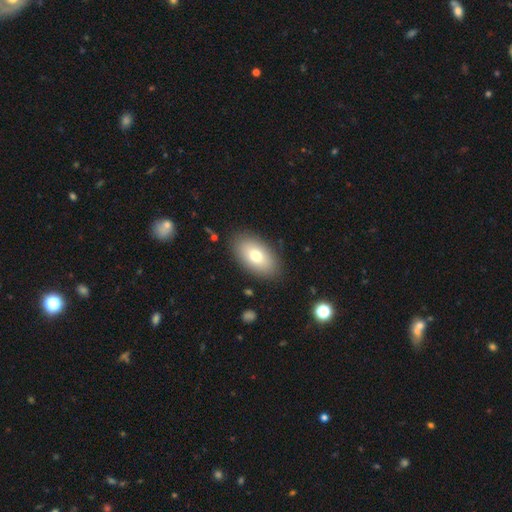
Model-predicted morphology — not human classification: Smooth or featured: smooth — 75% (featured or disk — 17%)
How rounded: in between — 92% (round — 6%)
Merging: none — 86% (minor disturbance — 10%)